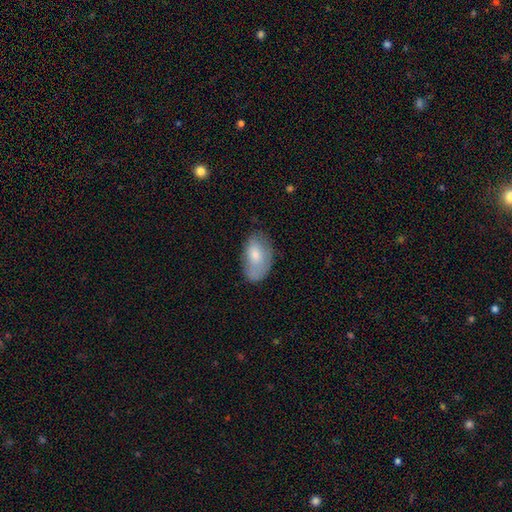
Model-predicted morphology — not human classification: smooth_or_featured: smooth (p=0.74) [alt: featured or disk p=0.19]
how_rounded: in between (p=0.92) [alt: round p=0.06]
merging: none (p=0.65) [alt: minor disturbance p=0.26]